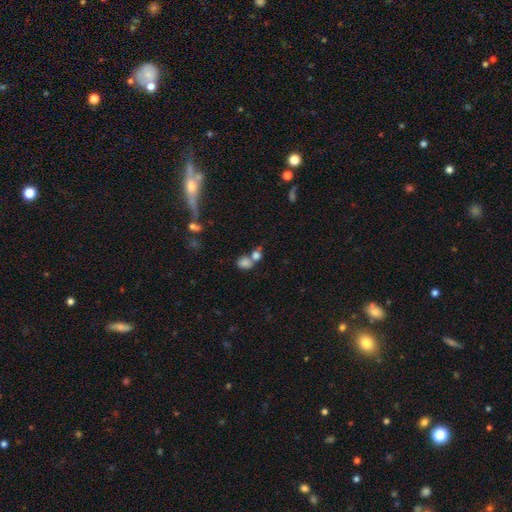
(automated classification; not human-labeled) This appears to be a smooth galaxy with no disk features (75%) that is round (53%). Merging: merger (55%).